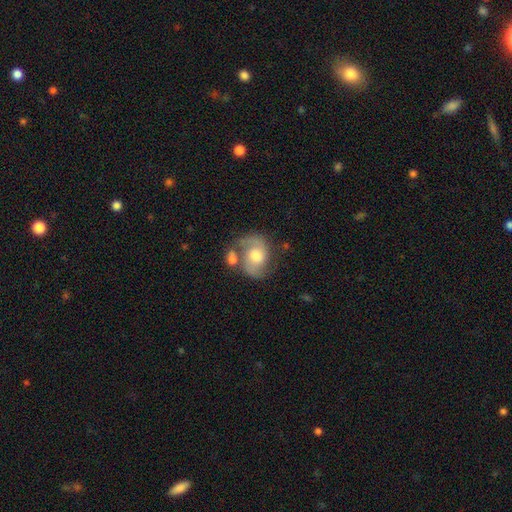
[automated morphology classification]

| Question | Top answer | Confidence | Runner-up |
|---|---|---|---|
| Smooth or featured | featured or disk | 75% | smooth (18%) |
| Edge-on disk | no | 98% | yes (2%) |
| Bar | no | 58% | weak (35%) |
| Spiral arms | yes | 92% | no (8%) |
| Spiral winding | medium | 55% | loose (25%) |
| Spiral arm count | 2 | 88% | can't tell (5%) |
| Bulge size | moderate | 65% | large (17%) |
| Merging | none | 57% | minor disturbance (19%) |